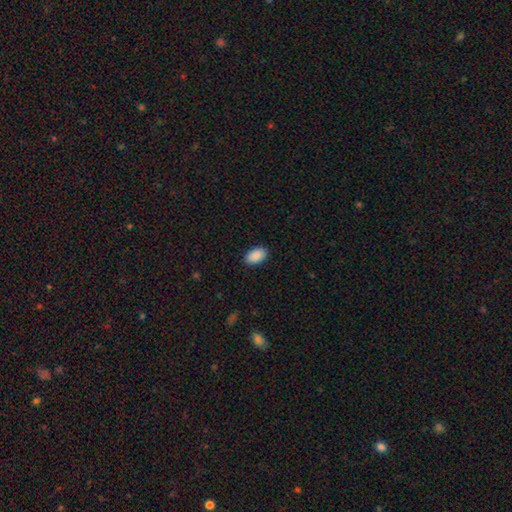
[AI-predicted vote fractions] Smooth or featured?
  - smooth: 91% *
  - star or artifact: 7%
  - featured or disk: 3%
How rounded?
  - in between: 94% *
  - round: 4%
  - cigar-shaped: 2%
Merging?
  - none: 89% *
  - minor disturbance: 8%
  - major disturbance: 2%
  - merger: 1%